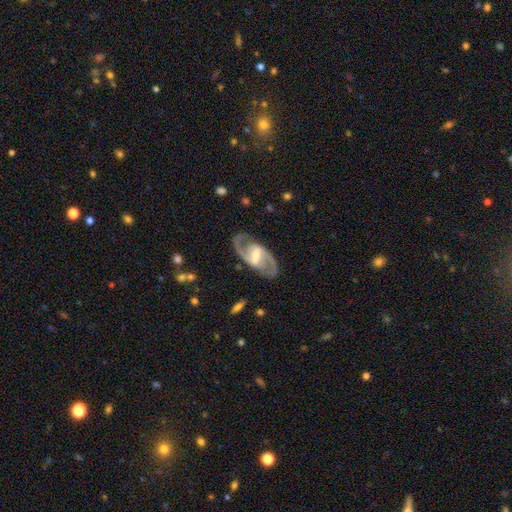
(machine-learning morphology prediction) smooth-or-featured: featured or disk: 89% | smooth: 7% | star or artifact: 4%
  disk-edge-on: no: 96% | yes: 4%
    bar: strong: 57% | weak: 35% | no: 7%
    has-spiral-arms: yes: 94% | no: 6%
      spiral-winding: medium: 59% | tight: 21% | loose: 21%
      spiral-arm-count: 2: 93% | can't tell: 3% | 1: 1% | 3: 1% | 4: 1% | more than 4: 1%
    bulge-size: moderate: 42% | small: 31% | none: 13% | large: 13% | dominant: 2%
  merging: none: 84% | minor disturbance: 11% | major disturbance: 4% | merger: 1%